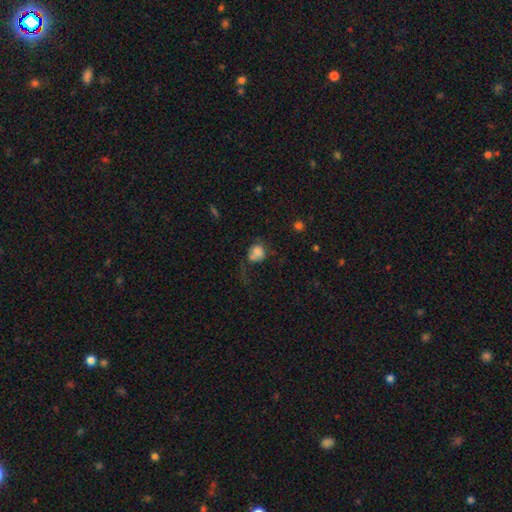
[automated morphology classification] smooth_or_featured: smooth (p=0.73) [alt: star or artifact p=0.14]
how_rounded: round (p=0.73) [alt: in between p=0.25]
merging: none (p=0.39) [alt: major disturbance p=0.29]